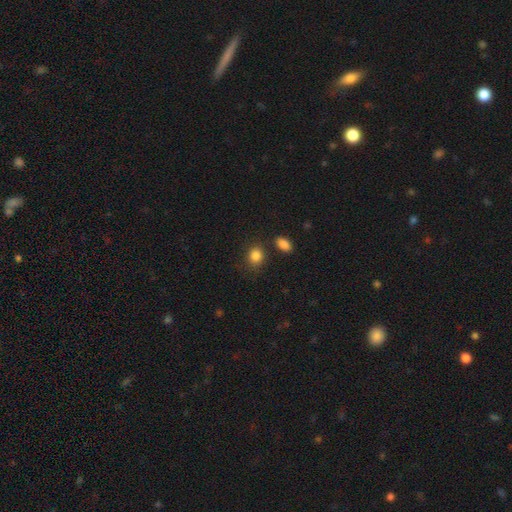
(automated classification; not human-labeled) smooth_or_featured: smooth (p=0.86) [alt: star or artifact p=0.10]
how_rounded: round (p=0.60) [alt: in between p=0.39]
merging: none (p=0.77) [alt: minor disturbance p=0.12]